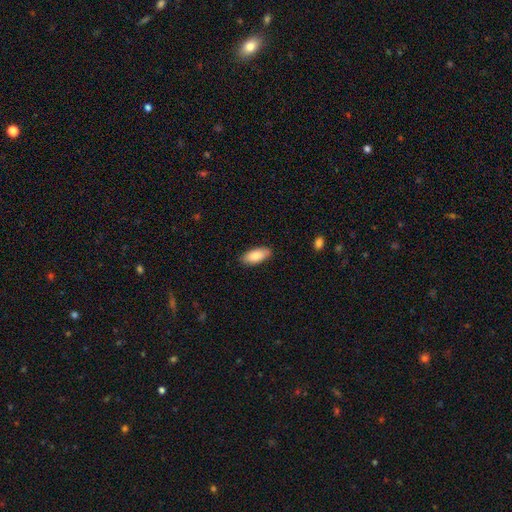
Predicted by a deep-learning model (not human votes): smooth-or-featured: smooth: 86% | featured or disk: 8% | star or artifact: 6%
  how-rounded: in between: 87% | cigar-shaped: 12% | round: 2%
  merging: none: 86% | minor disturbance: 11% | major disturbance: 2% | merger: 1%